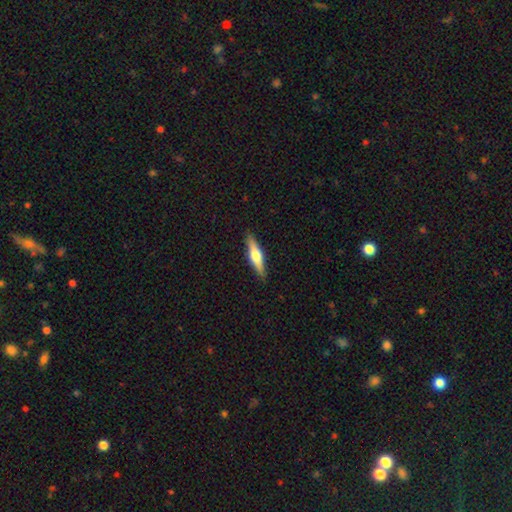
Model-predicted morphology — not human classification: Smooth or featured: featured or disk — 55% (smooth — 39%)
Edge-on disk: yes — 95% (no — 5%)
Edge-on bulge: rounded — 93% (boxy — 4%)
Merging: none — 90% (minor disturbance — 7%)